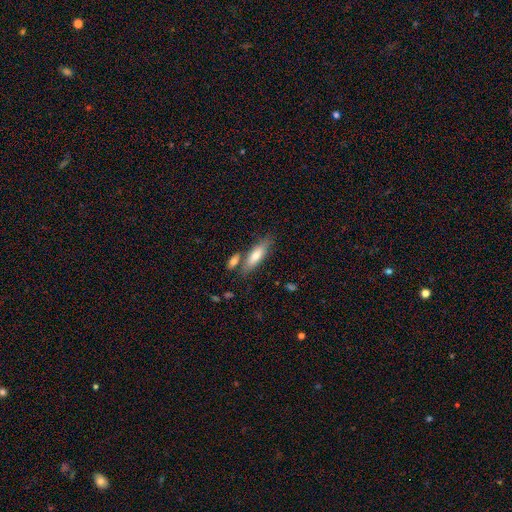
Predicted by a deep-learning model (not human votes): Smooth or featured? Predicted: smooth (p=0.70). How rounded? Predicted: cigar-shaped (p=0.52). Merging? Predicted: none (p=0.68).